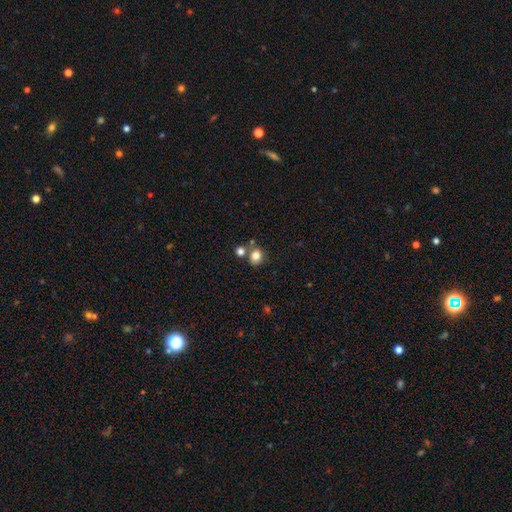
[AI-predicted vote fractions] The model was most divided on "merging": none: 66%, merger: 20%, minor disturbance: 10%, major disturbance: 4%. More confident: smooth or featured — smooth (81%); how rounded — round (75%).